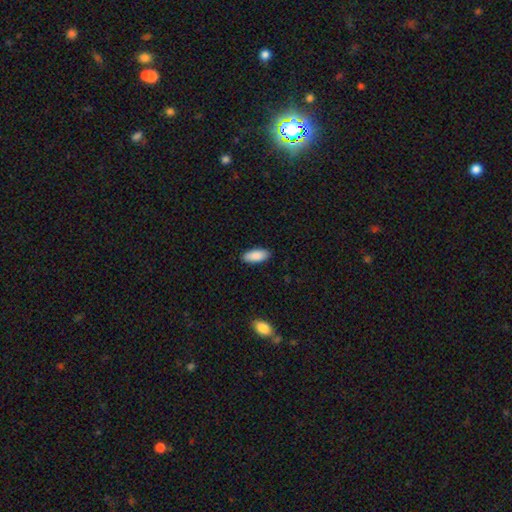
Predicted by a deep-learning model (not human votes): A smooth galaxy with no disk features (90%) that is in between round and cigar-shaped (86%).

Vote fractions:
- Smooth or featured? smooth: 90% / star or artifact: 6% / featured or disk: 5%
- How rounded? in between: 86% / cigar-shaped: 13% / round: 2%
- Merging? none: 88% / minor disturbance: 9% / major disturbance: 2% / merger: 1%